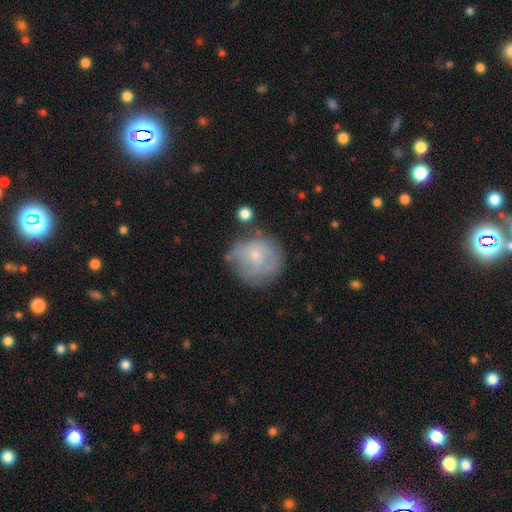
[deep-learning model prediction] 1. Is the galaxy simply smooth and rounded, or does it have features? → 54% smooth, 38% featured or disk, 8% star or artifact.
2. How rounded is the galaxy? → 86% round, 13% in between, 1% cigar-shaped.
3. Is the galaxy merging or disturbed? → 55% none, 26% minor disturbance, 13% major disturbance, 5% merger.